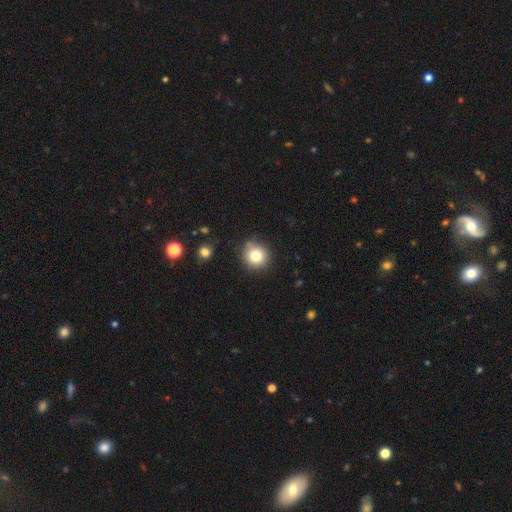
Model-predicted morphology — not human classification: Smooth or featured: smooth — 80% (star or artifact — 12%)
How rounded: round — 92% (in between — 7%)
Merging: none — 84% (minor disturbance — 11%)